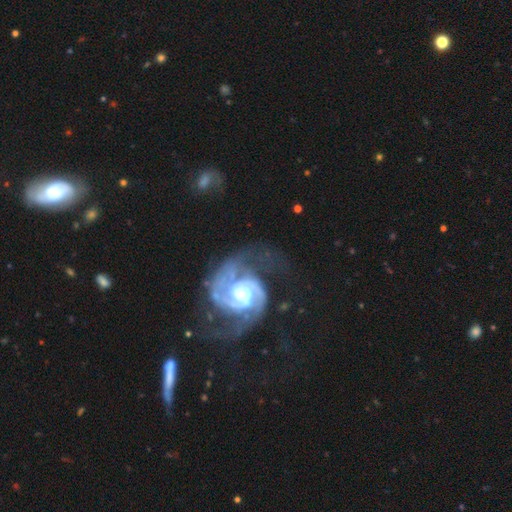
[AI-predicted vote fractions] This appears to be a featured or disk galaxy (91%) with no bar (53%), 2 (82%) medium (52%) spiral arms (98%) and a moderate central bulge (56%). Merging: none (62%).